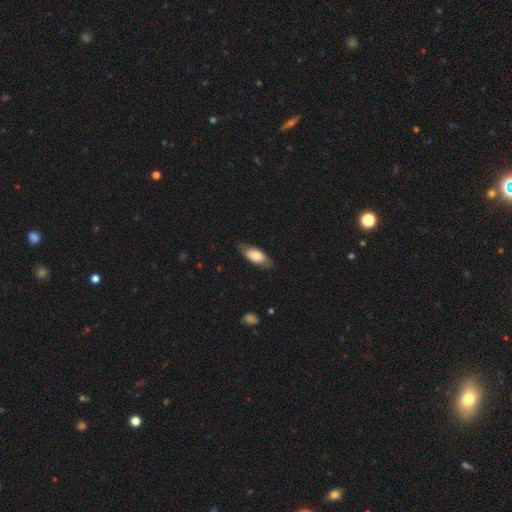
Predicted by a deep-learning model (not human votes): This appears to be a smooth galaxy with no disk features (73%) that is in between round and cigar-shaped (83%). Merging: none (76%).